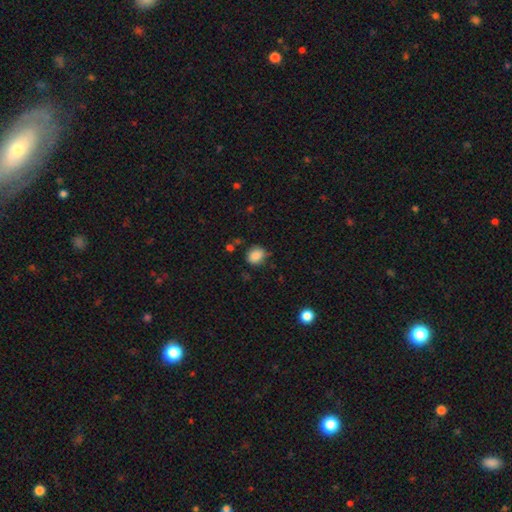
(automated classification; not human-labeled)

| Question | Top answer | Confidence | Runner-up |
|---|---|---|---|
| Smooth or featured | smooth | 86% | star or artifact (9%) |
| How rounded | round | 62% | in between (37%) |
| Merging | none | 72% | minor disturbance (21%) |